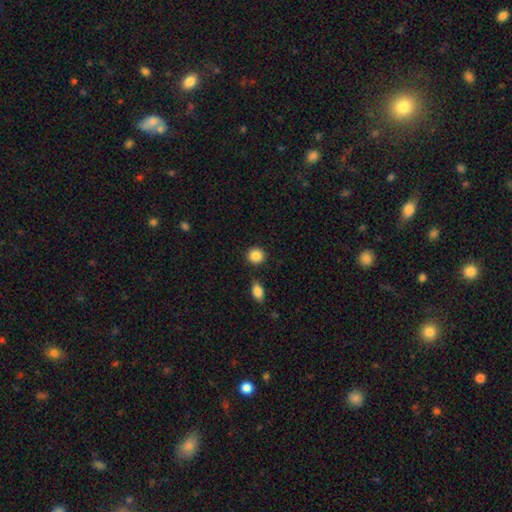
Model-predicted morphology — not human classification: Smooth or featured? smooth (88%)
How rounded? round (86%)
Merging? none (87%)